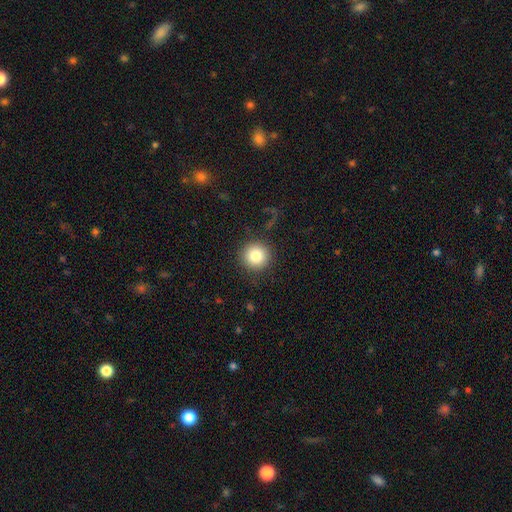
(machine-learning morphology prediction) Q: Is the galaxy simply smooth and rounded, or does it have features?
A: smooth — 82%.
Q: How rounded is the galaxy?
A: round — 95%.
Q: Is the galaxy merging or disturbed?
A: none — 89%.